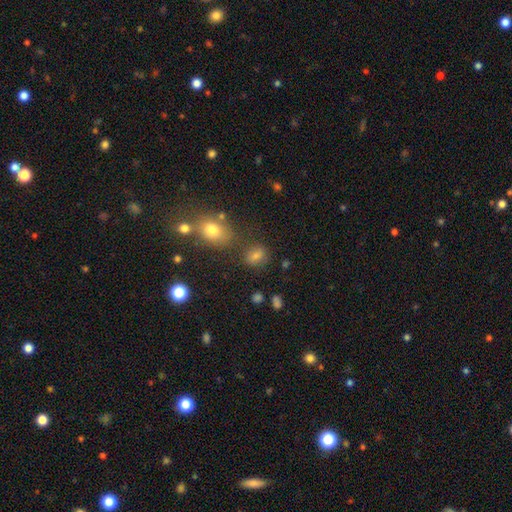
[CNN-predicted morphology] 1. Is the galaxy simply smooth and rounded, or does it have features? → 76% smooth, 15% star or artifact, 9% featured or disk.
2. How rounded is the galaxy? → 58% in between, 40% round, 2% cigar-shaped.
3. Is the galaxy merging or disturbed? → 72% none, 13% minor disturbance, 10% merger, 5% major disturbance.